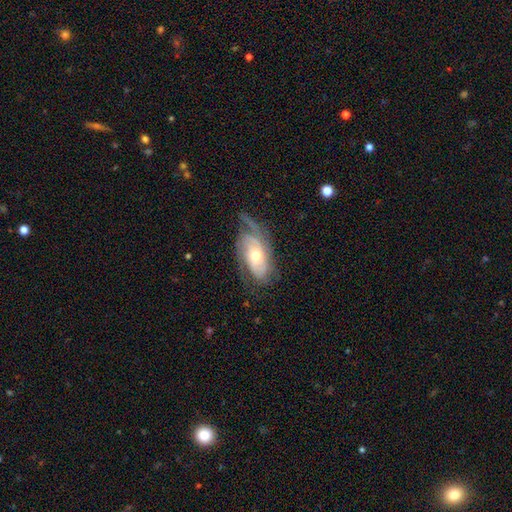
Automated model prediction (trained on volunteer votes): The model was most divided on "spiral arm count": 2: 37%, can't tell: 28%, 1: 21%, 3: 8%, 4: 3%, more than 4: 2%. Remaining: edge-on disk — no (90%); spiral arms — yes (83%); bar — no (74%); bulge size — moderate (71%); smooth or featured — featured or disk (70%); merging — none (52%); spiral winding — tight (44%).